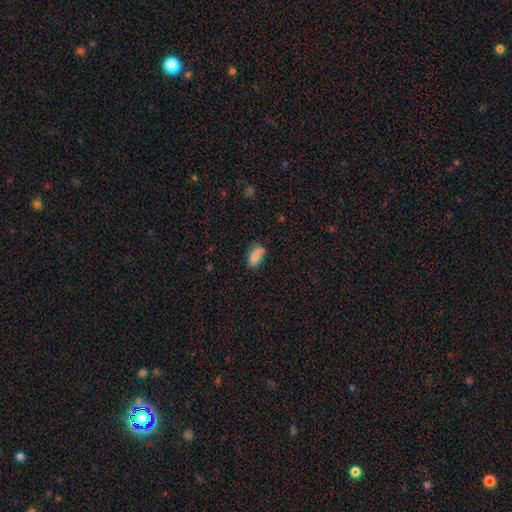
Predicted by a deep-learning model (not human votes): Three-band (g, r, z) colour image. It shows a smooth galaxy with no disk features (80%) that is in between round and cigar-shaped (87%). Merging: none (65%).